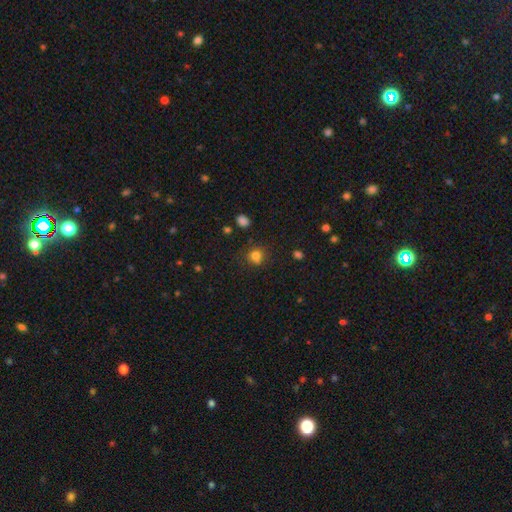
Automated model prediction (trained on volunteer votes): Smooth or featured?
  - smooth: 79% *
  - star or artifact: 14%
  - featured or disk: 7%
How rounded?
  - round: 82% *
  - in between: 17%
  - cigar-shaped: 1%
Merging?
  - none: 71% *
  - minor disturbance: 16%
  - merger: 8%
  - major disturbance: 5%